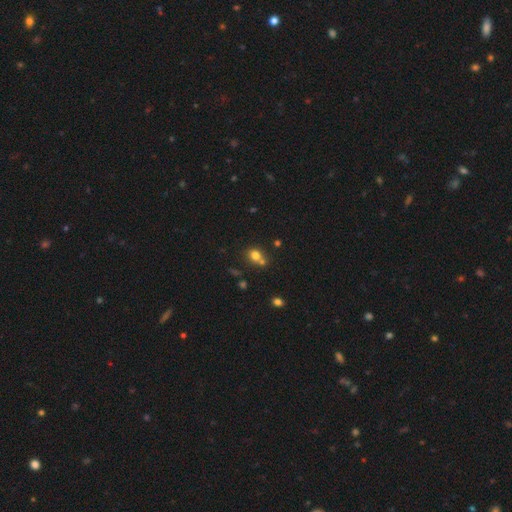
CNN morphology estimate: This appears to be a smooth galaxy with no disk features (75%) that is round (74%). Merging: none (53%).